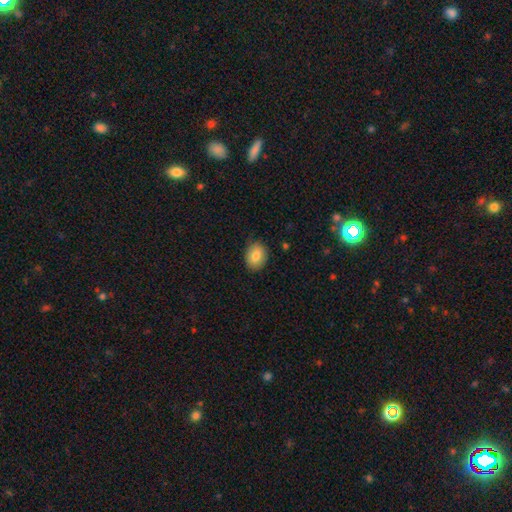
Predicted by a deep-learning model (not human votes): smooth-or-featured: smooth: 83% | featured or disk: 10% | star or artifact: 8%
  how-rounded: in between: 63% | round: 36% | cigar-shaped: 1%
  merging: none: 81% | minor disturbance: 15% | major disturbance: 3% | merger: 1%